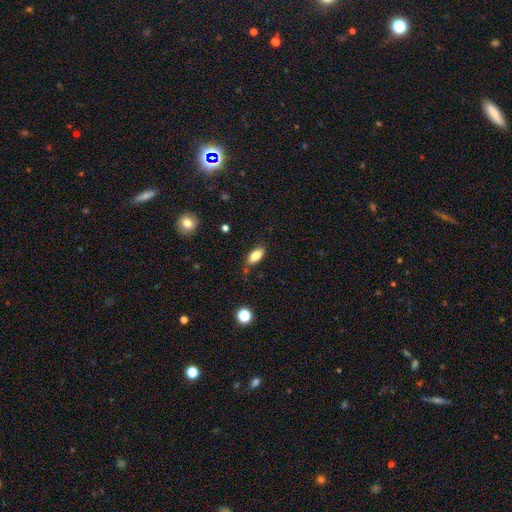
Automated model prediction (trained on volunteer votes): Smooth or featured? smooth (80%)
How rounded? in between (87%)
Merging? none (83%)